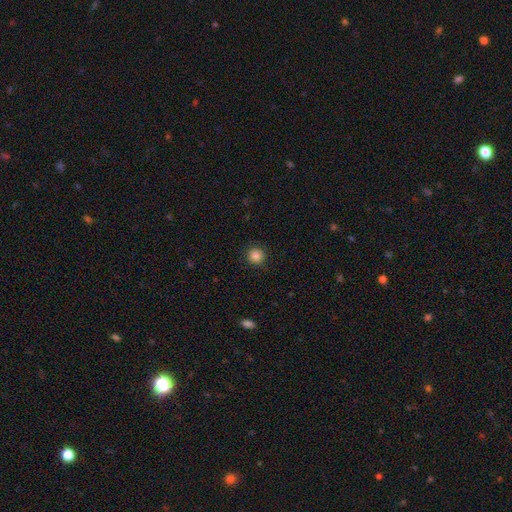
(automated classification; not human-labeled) Smooth or featured? Predicted: smooth (p=0.84). How rounded? Predicted: round (p=0.94). Merging? Predicted: none (p=0.91).